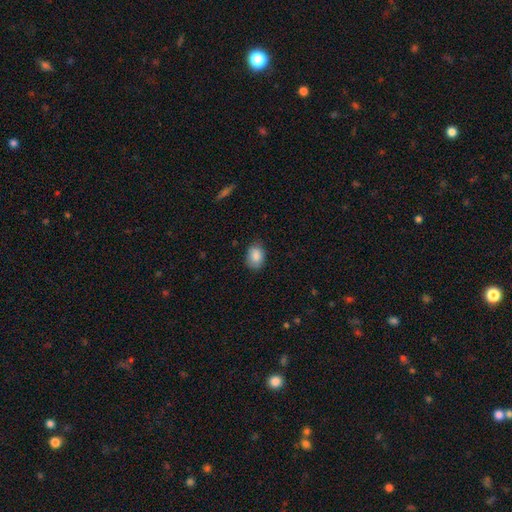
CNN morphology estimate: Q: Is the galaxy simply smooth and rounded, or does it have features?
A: smooth — 87%.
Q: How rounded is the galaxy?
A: in between — 75%.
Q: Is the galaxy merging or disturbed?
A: none — 76%.